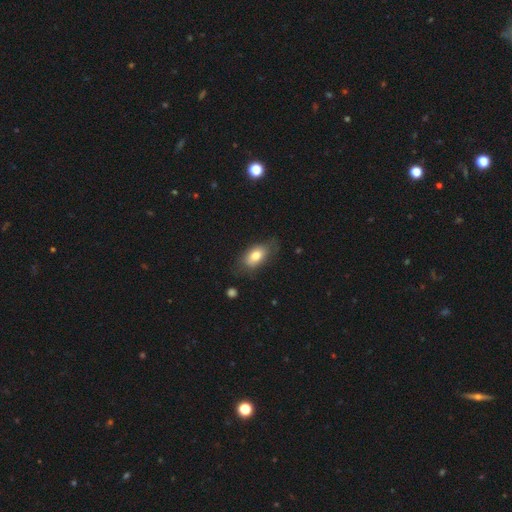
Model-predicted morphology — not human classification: Smooth or featured? Predicted: smooth (p=0.75). How rounded? Predicted: in between (p=0.89). Merging? Predicted: none (p=0.67).